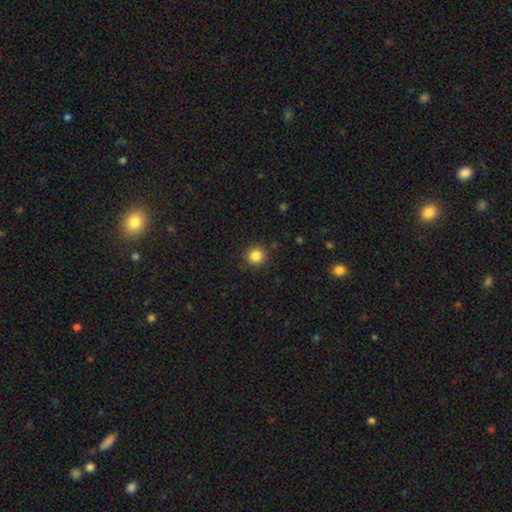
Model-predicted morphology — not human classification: Smooth or featured? Predicted: smooth (p=0.85). How rounded? Predicted: round (p=0.92). Merging? Predicted: none (p=0.89).